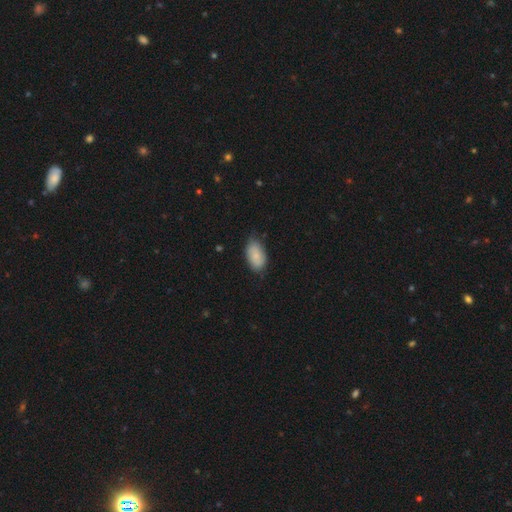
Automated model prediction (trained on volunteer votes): A smooth galaxy with no disk features (82%) that is in between round and cigar-shaped (94%).

Vote fractions:
- Smooth or featured? smooth: 82% / featured or disk: 12% / star or artifact: 6%
- How rounded? in between: 94% / round: 4% / cigar-shaped: 2%
- Merging? none: 75% / minor disturbance: 21% / major disturbance: 3% / merger: 1%